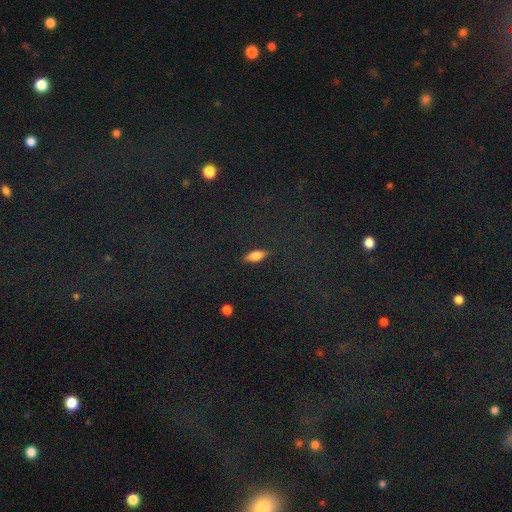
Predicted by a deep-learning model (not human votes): Morphology: type=smooth (75%); roundness=in between (69%); merging=none (87%).